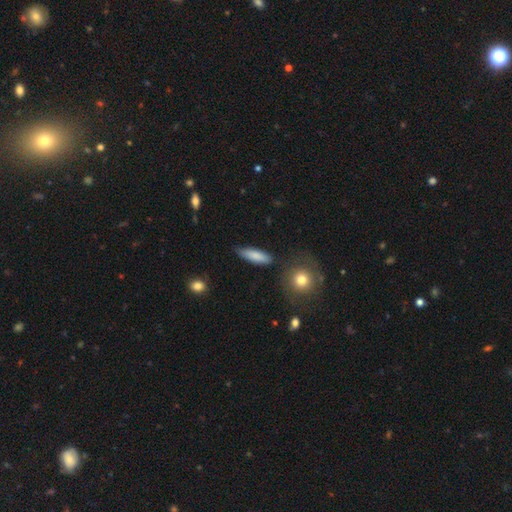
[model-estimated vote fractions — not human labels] A smooth galaxy with no disk features (82%) that is cigar-shaped (55%).

Vote fractions:
- Smooth or featured? smooth: 82% / featured or disk: 11% / star or artifact: 6%
- How rounded? cigar-shaped: 55% / in between: 43% / round: 2%
- Merging? none: 81% / minor disturbance: 13% / major disturbance: 3% / merger: 3%